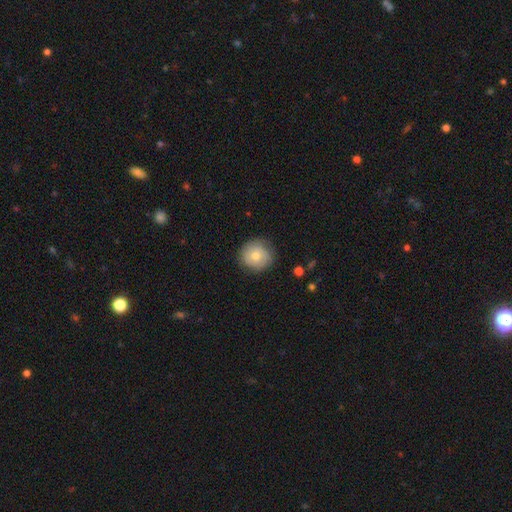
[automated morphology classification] This is likely a smooth galaxy (64%). How rounded: clearly round (93%). Merging: clearly none (80%).